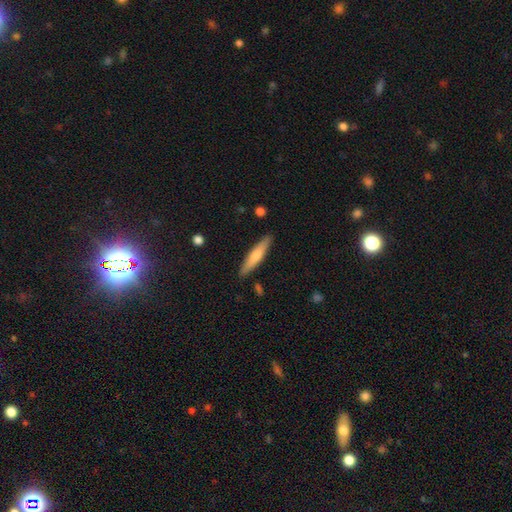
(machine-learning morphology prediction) type=smooth (61%); roundness=cigar-shaped (87%); merging=none (89%).